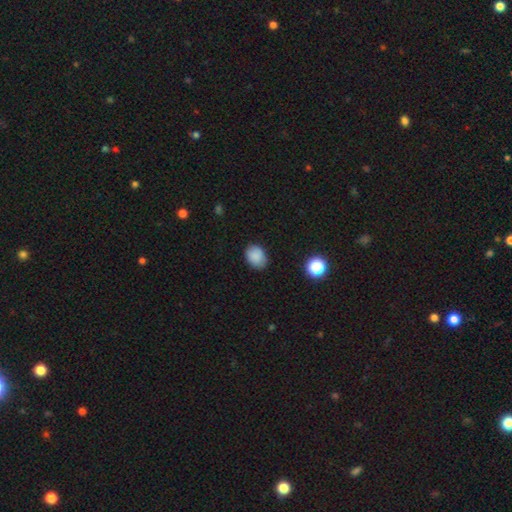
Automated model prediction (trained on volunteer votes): Smooth or featured: smooth — 86% (star or artifact — 9%)
How rounded: in between — 62% (round — 37%)
Merging: none — 80% (minor disturbance — 15%)